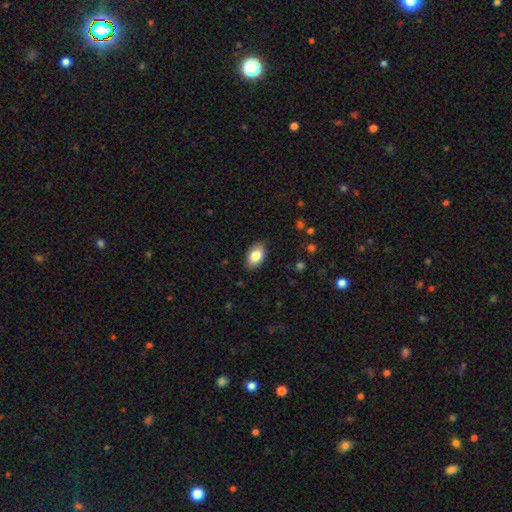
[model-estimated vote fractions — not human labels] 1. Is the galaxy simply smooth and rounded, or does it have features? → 84% smooth, 9% featured or disk, 7% star or artifact.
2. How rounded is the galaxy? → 92% in between, 7% round, 1% cigar-shaped.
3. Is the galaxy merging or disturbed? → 88% none, 9% minor disturbance, 2% major disturbance, 1% merger.